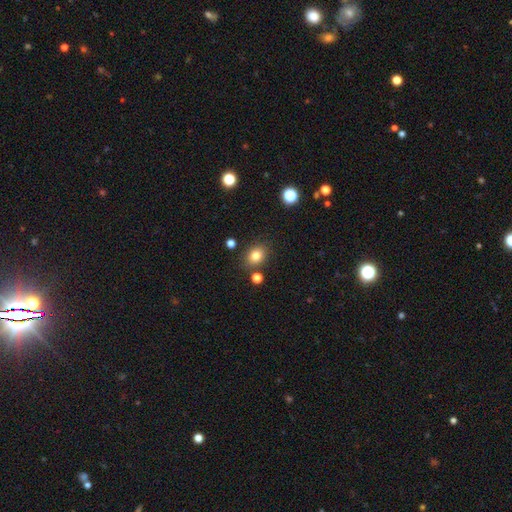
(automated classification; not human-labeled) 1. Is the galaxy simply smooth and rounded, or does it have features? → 80% smooth, 12% star or artifact, 8% featured or disk.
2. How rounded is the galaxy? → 51% in between, 48% round, 1% cigar-shaped.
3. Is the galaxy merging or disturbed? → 81% none, 11% minor disturbance, 5% merger, 3% major disturbance.